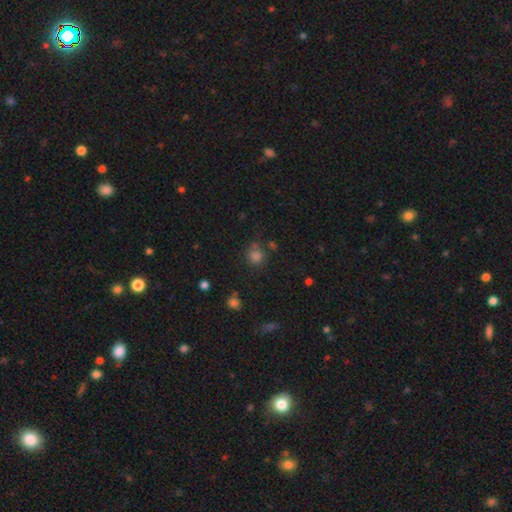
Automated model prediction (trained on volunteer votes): Morphology: type=smooth (72%); roundness=round (88%); merging=none (69%).